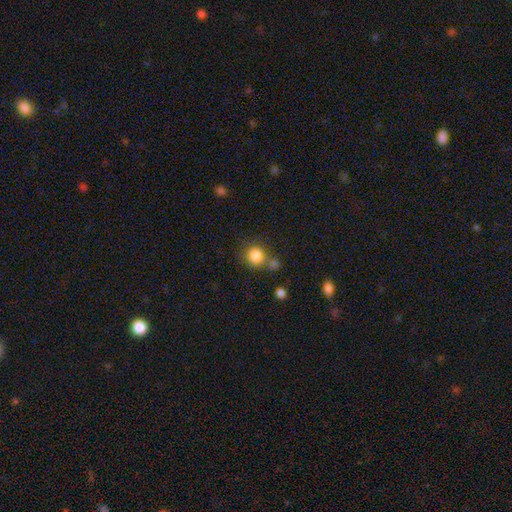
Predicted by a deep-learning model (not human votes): The model was most divided on "merging": none: 66%, merger: 17%, minor disturbance: 12%, major disturbance: 5%. More confident: how rounded — round (90%); smooth or featured — smooth (84%).